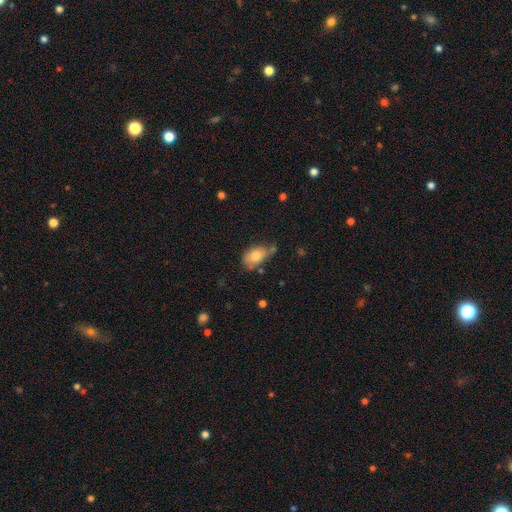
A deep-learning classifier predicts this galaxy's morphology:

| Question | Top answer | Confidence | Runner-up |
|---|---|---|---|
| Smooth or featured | smooth | 79% | featured or disk (14%) |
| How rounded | in between | 88% | round (10%) |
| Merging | none | 54% | minor disturbance (28%) |